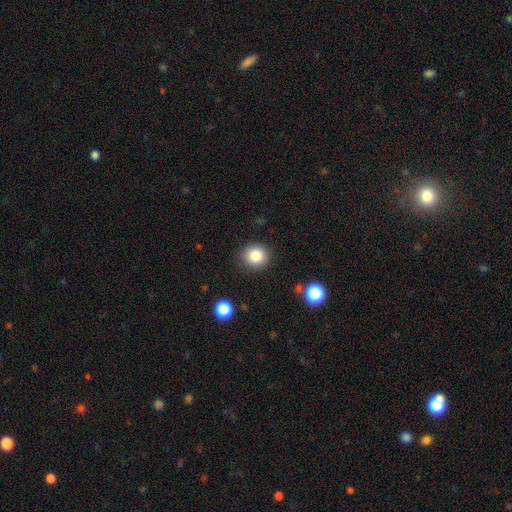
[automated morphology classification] Smooth or featured? Predicted: smooth (p=0.83). How rounded? Predicted: round (p=0.88). Merging? Predicted: none (p=0.89).